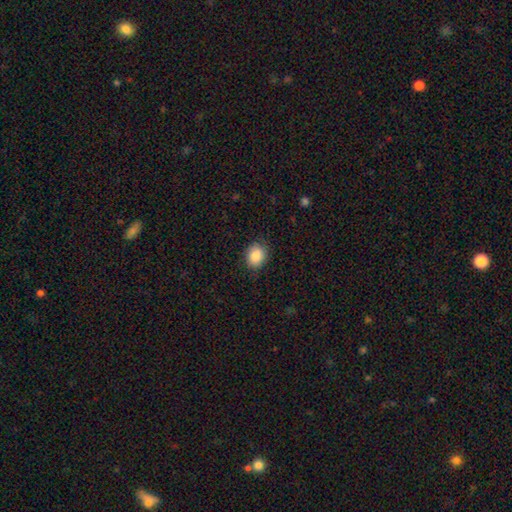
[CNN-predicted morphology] smooth_or_featured: smooth (p=0.88) [alt: star or artifact p=0.08]
how_rounded: in between (p=0.55) [alt: round p=0.44]
merging: none (p=0.86) [alt: minor disturbance p=0.11]